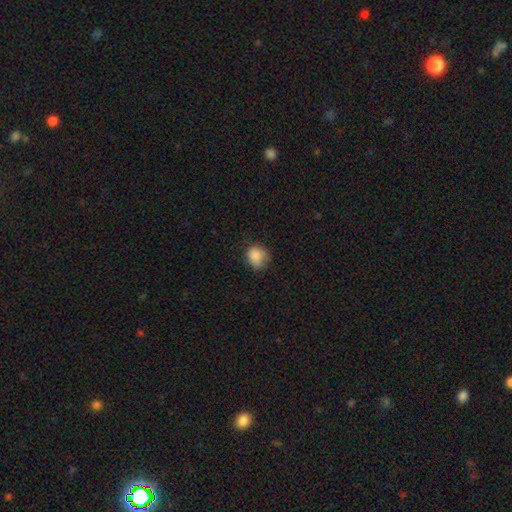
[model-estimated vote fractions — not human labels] Smooth or featured? Predicted: smooth (p=0.86). How rounded? Predicted: round (p=0.75). Merging? Predicted: none (p=0.63).